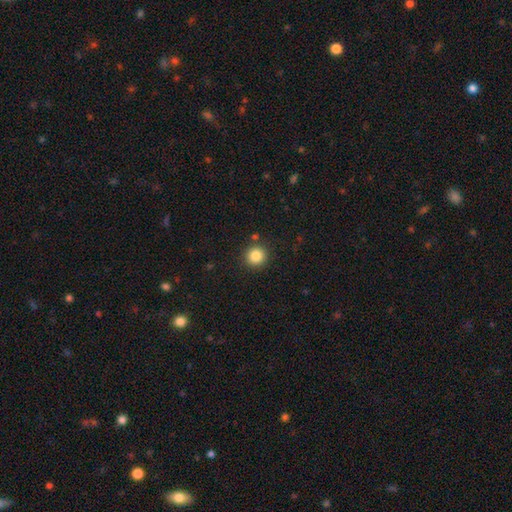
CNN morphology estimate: Q: Smooth or featured?
A: smooth (85%); runner-up: star or artifact (10%)
Q: How rounded?
A: round (94%); runner-up: in between (5%)
Q: Merging?
A: none (89%); runner-up: minor disturbance (6%)